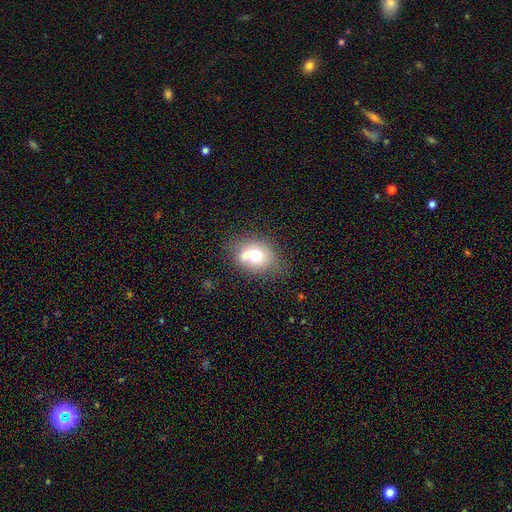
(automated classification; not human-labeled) Q: Smooth or featured?
A: smooth (64%); runner-up: featured or disk (26%)
Q: How rounded?
A: round (57%); runner-up: in between (42%)
Q: Merging?
A: merger (44%); runner-up: none (35%)